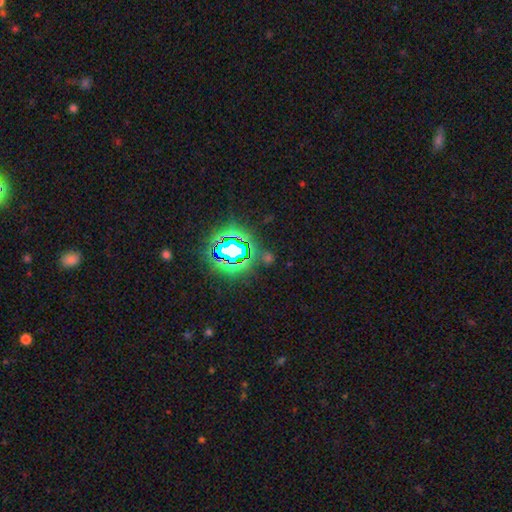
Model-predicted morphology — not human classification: A star or artifact, not a galaxy (83%).

Vote fractions:
- Smooth or featured? star or artifact: 83% / smooth: 11% / featured or disk: 6%